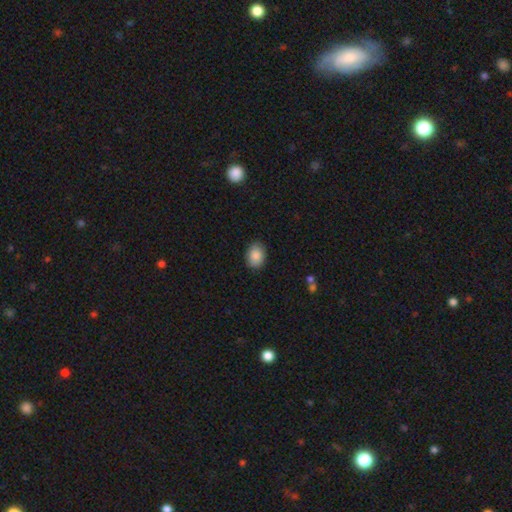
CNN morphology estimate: Overall: smooth (88%). How rounded: in between (74%). Merging: none (87%).